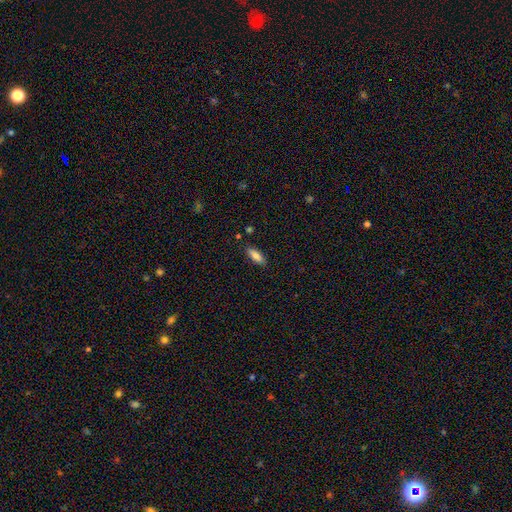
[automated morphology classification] The model was most divided on "how rounded": in between: 60%, cigar-shaped: 38%, round: 2%. More confident: merging — none (86%); smooth or featured — smooth (81%).